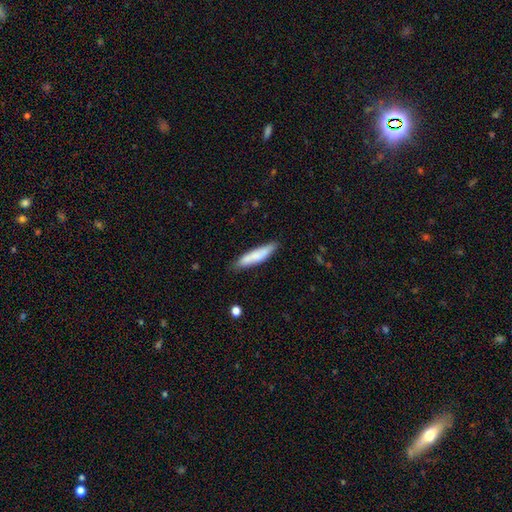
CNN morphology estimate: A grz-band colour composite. It shows a smooth galaxy with no disk features (76%) that is cigar-shaped (77%). Merging: none (79%).